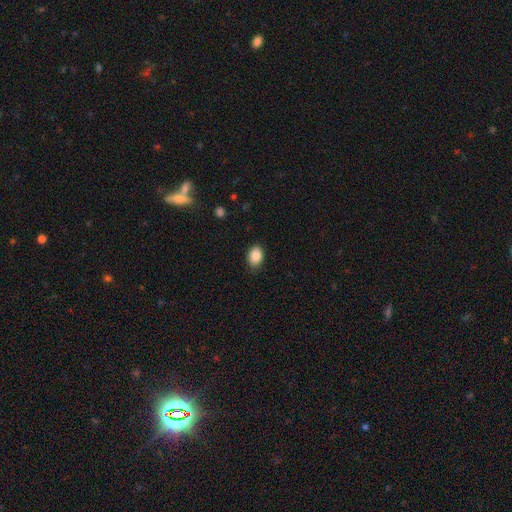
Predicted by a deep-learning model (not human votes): smooth_or_featured: smooth (p=0.88) [alt: star or artifact p=0.08]
how_rounded: in between (p=0.79) [alt: round p=0.20]
merging: none (p=0.85) [alt: minor disturbance p=0.12]